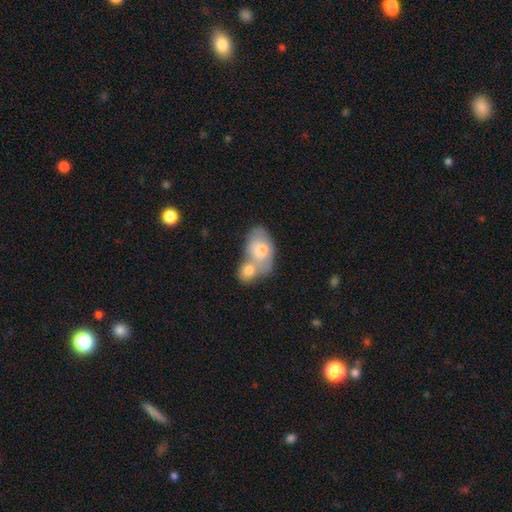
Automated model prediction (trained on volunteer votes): Q: Smooth or featured?
A: smooth (53%); runner-up: featured or disk (36%)
Q: How rounded?
A: in between (74%); runner-up: round (24%)
Q: Merging?
A: merger (55%); runner-up: none (32%)